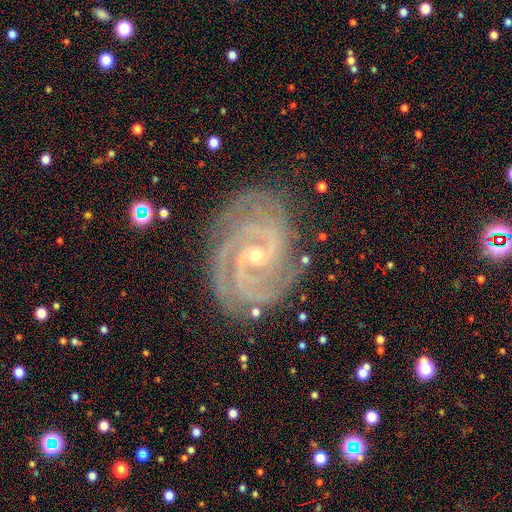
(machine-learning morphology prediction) Smooth or featured: featured or disk — 92% (star or artifact — 5%)
Edge-on disk: no — 97% (yes — 3%)
Bar: no — 52% (weak — 33%)
Spiral arms: yes — 99% (no — 1%)
Spiral winding: tight — 72% (medium — 25%)
Spiral arm count: 2 — 38% (3 — 29%)
Bulge size: small — 70% (moderate — 26%)
Merging: none — 77% (minor disturbance — 16%)